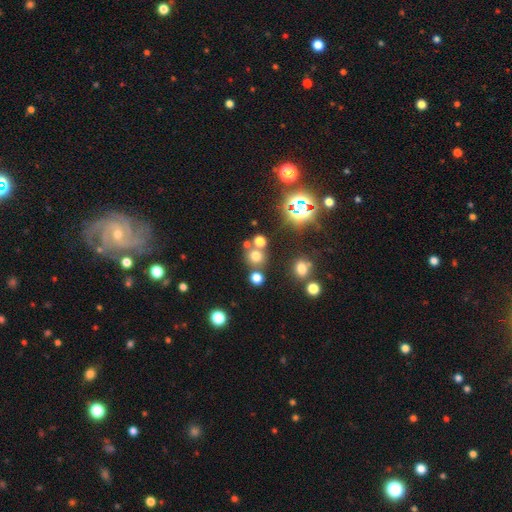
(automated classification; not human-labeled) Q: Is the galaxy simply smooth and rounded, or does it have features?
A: smooth — 63%.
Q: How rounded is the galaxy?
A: round — 87%.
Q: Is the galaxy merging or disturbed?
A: none — 66%.